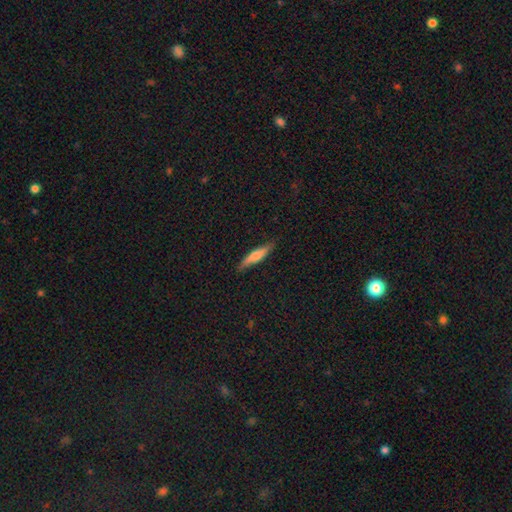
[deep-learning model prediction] Smooth or featured: smooth — 65% (featured or disk — 29%)
How rounded: cigar-shaped — 85% (in between — 14%)
Merging: none — 83% (minor disturbance — 14%)